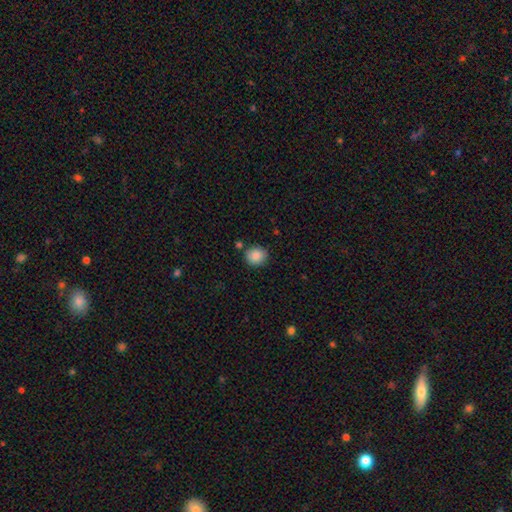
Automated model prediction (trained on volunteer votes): Smooth or featured?
  - smooth: 87% *
  - star or artifact: 8%
  - featured or disk: 4%
How rounded?
  - round: 81% *
  - in between: 18%
  - cigar-shaped: 1%
Merging?
  - none: 83% *
  - minor disturbance: 10%
  - merger: 6%
  - major disturbance: 2%